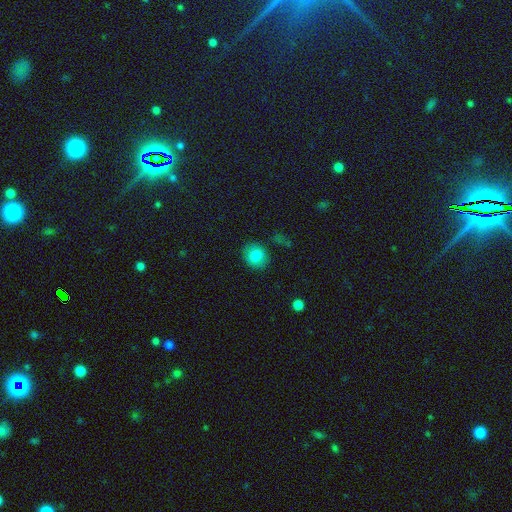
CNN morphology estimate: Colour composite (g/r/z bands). It shows a smooth galaxy with no disk features (81%) that is round (75%). Merging: none (85%).